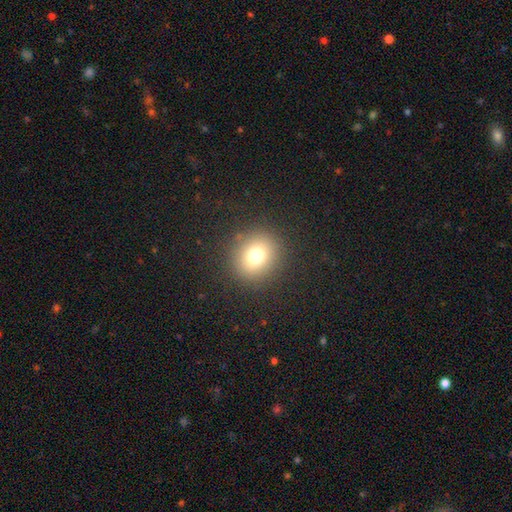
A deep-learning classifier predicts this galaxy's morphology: type=smooth (73%); roundness=round (82%); merging=none (89%).